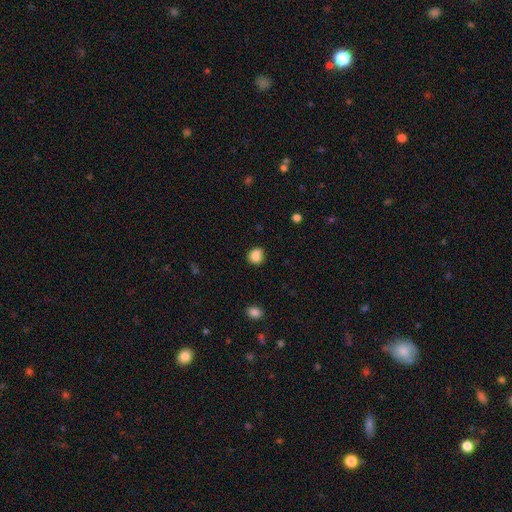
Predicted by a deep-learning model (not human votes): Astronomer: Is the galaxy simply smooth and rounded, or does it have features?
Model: smooth — 85%.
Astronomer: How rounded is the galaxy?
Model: round — 73%.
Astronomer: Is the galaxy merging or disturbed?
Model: none — 70%.